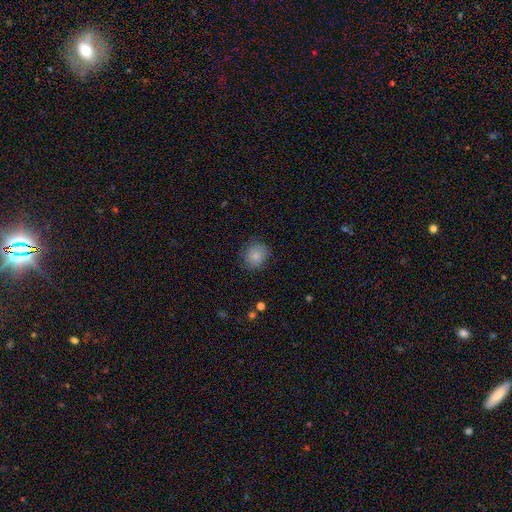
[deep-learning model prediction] Smooth or featured? smooth (84%)
How rounded? round (77%)
Merging? none (81%)